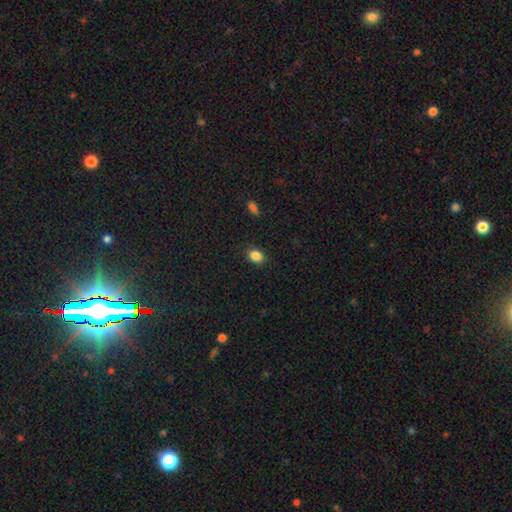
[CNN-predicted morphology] A smooth galaxy with no disk features (86%) that is in between round and cigar-shaped (69%). Merging: none (87%).